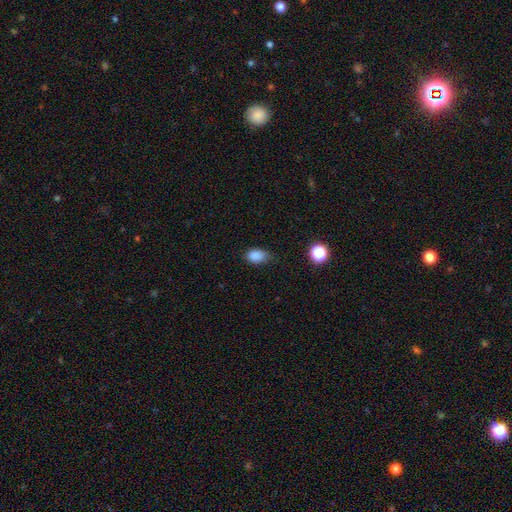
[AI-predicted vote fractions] smooth 85%, star or artifact 11%, featured or disk 4%. Down the decision tree: how rounded — in between (83%); merging — none (64%).